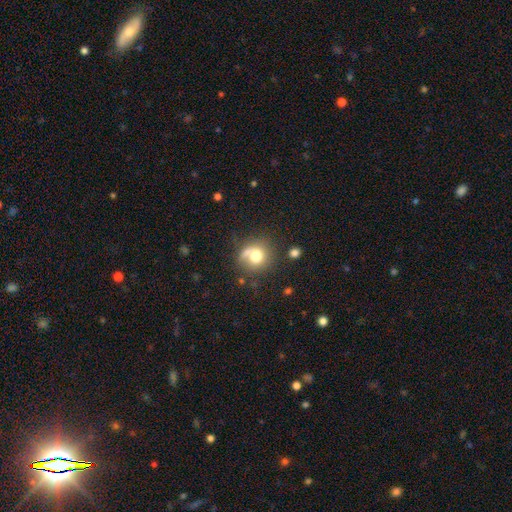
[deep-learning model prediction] Morphology: type=smooth (69%); roundness=round (83%); merging=none (51%).